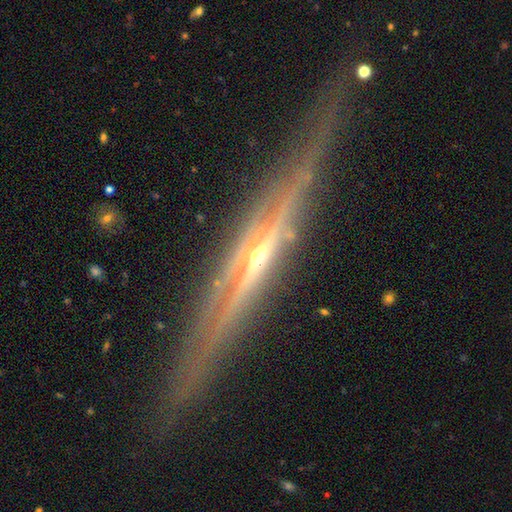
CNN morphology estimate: The model was most divided on "edge-on bulge": rounded: 78%, none: 13%, boxy: 9%. More confident: edge-on disk — yes (96%); smooth or featured — featured or disk (88%); merging — none (81%).